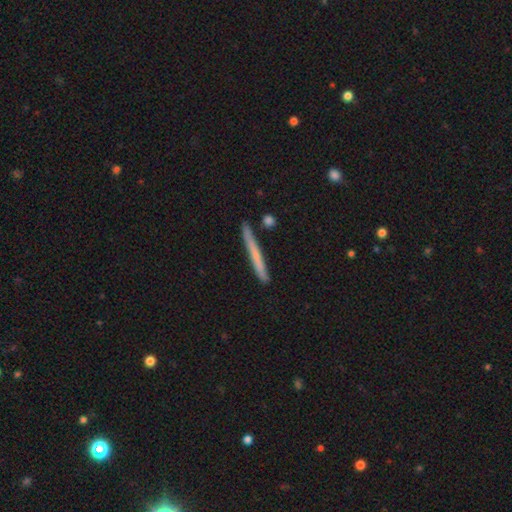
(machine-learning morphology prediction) smooth-or-featured: smooth: 58% | featured or disk: 35% | star or artifact: 6%
  how-rounded: cigar-shaped: 97% | in between: 2% | round: 1%
  merging: none: 85% | minor disturbance: 10% | merger: 3% | major disturbance: 2%